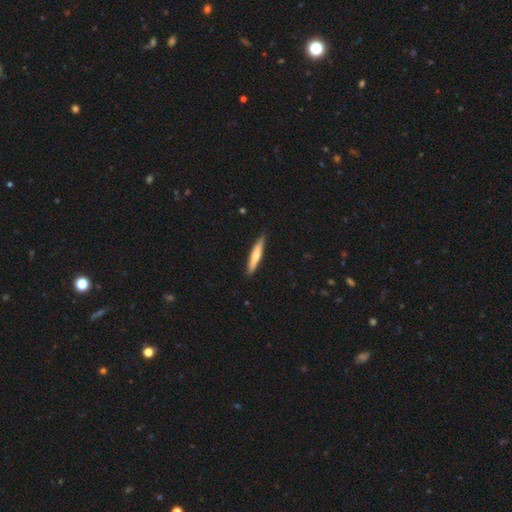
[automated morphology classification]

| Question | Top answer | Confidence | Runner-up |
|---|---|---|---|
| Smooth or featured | smooth | 57% | featured or disk (38%) |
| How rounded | cigar-shaped | 91% | in between (8%) |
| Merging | none | 90% | minor disturbance (8%) |